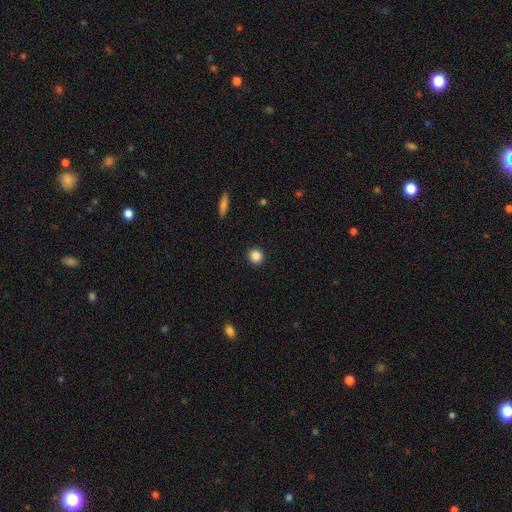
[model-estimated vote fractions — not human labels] A smooth galaxy with no disk features (86%) that is round (93%). Merging: none (93%).